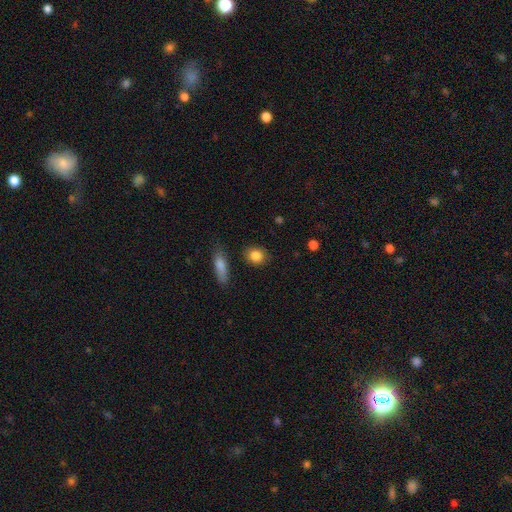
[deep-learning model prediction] This is clearly a smooth galaxy (85%). How rounded: likely round (66%). Merging: clearly none (85%).